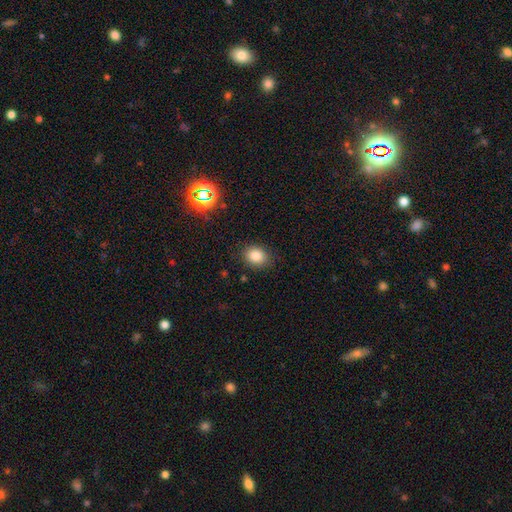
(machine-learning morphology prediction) Overall: smooth (84%). How rounded: round (54%; in between 45%). Merging: none (86%).